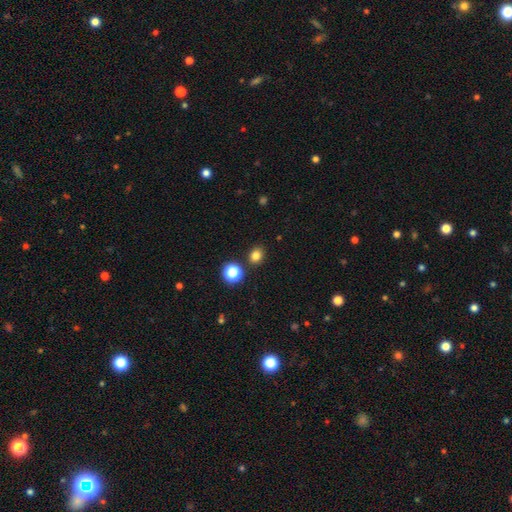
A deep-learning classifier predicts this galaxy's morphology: A smooth galaxy with no disk features (80%) that is round (72%).

Vote fractions:
- Smooth or featured? smooth: 80% / star or artifact: 16% / featured or disk: 4%
- How rounded? round: 72% / in between: 27% / cigar-shaped: 1%
- Merging? none: 86% / minor disturbance: 7% / merger: 5% / major disturbance: 2%